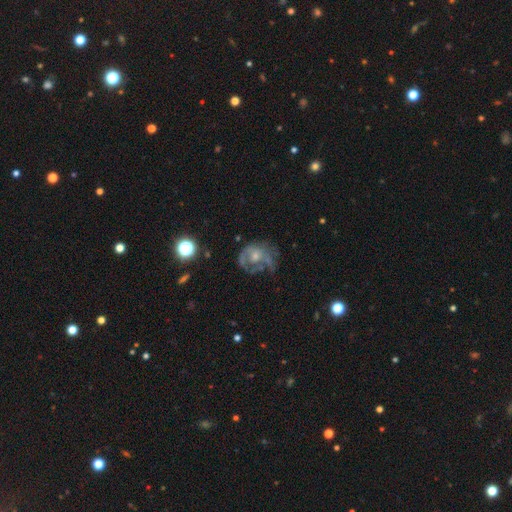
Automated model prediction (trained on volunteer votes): Q: Smooth or featured?
A: featured or disk (61%); runner-up: smooth (28%)
Q: Edge-on disk?
A: no (98%); runner-up: yes (2%)
Q: Bar?
A: no (81%); runner-up: weak (16%)
Q: Spiral arms?
A: no (50%); tied with: yes (50%)
Q: Bulge size?
A: moderate (46%); runner-up: small (35%)
Q: Merging?
A: major disturbance (38%); runner-up: none (36%)